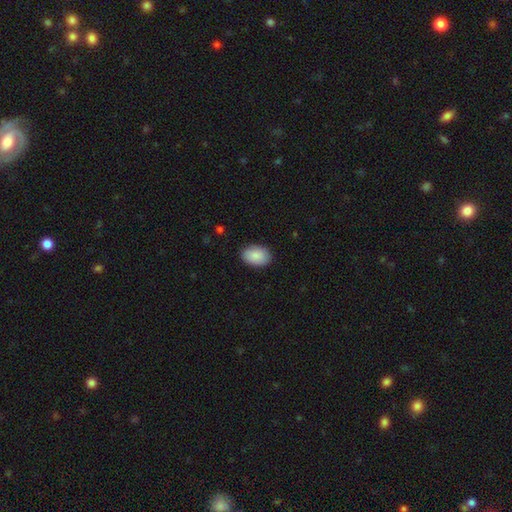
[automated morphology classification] smooth-or-featured: smooth: 89% | star or artifact: 6% | featured or disk: 5%
  how-rounded: in between: 87% | round: 12% | cigar-shaped: 1%
  merging: none: 87% | minor disturbance: 10% | major disturbance: 2% | merger: 1%